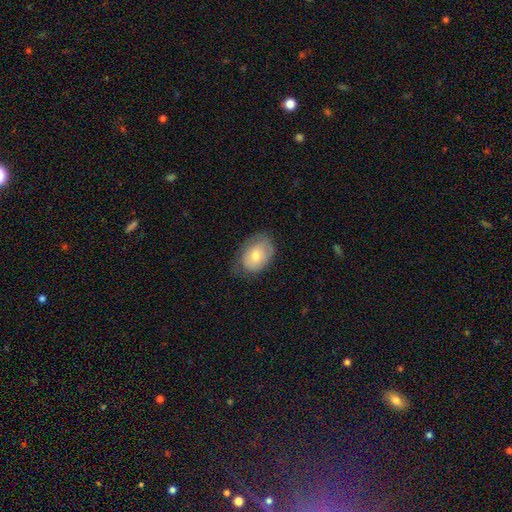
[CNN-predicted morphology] smooth_or_featured: smooth (p=0.69) [alt: featured or disk p=0.24]
how_rounded: in between (p=0.79) [alt: round p=0.20]
merging: none (p=0.64) [alt: minor disturbance p=0.27]